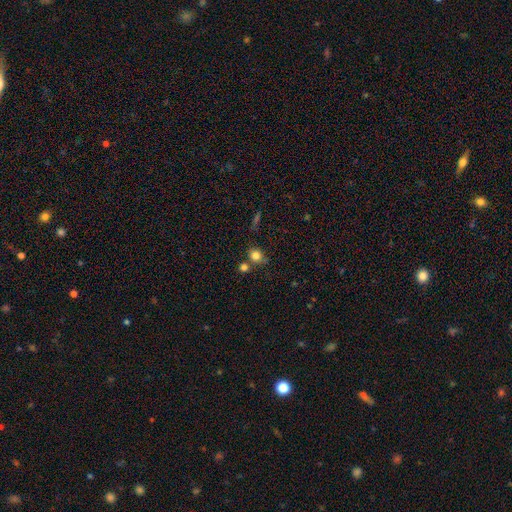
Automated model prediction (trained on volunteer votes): smooth_or_featured: smooth (p=0.81) [alt: star or artifact p=0.12]
how_rounded: round (p=0.78) [alt: in between p=0.21]
merging: none (p=0.64) [alt: merger p=0.17]